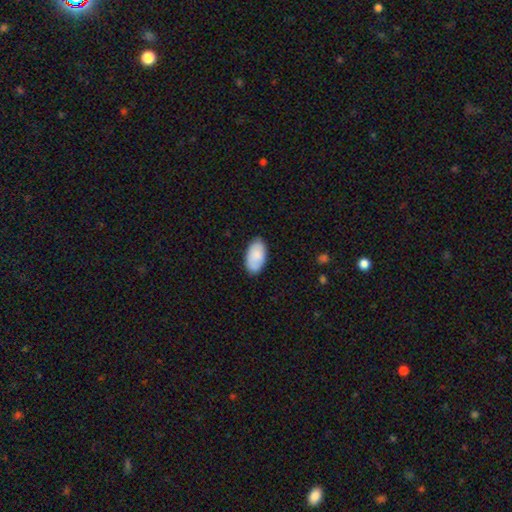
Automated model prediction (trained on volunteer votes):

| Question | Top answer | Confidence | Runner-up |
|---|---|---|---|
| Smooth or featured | smooth | 86% | featured or disk (8%) |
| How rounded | in between | 96% | round (3%) |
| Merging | none | 82% | minor disturbance (14%) |